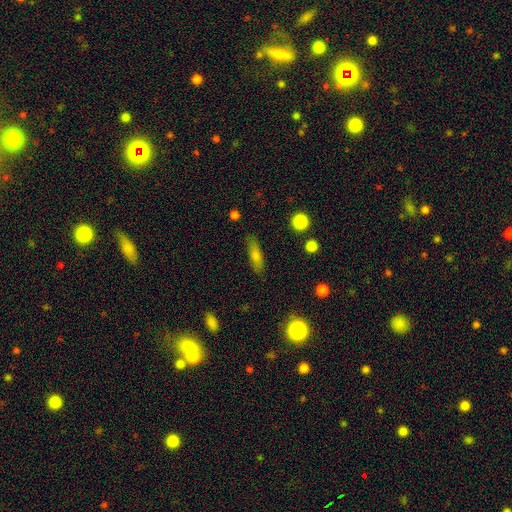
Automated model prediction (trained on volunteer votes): Morphology: type=smooth (71%); roundness=cigar-shaped (59%); merging=none (84%).